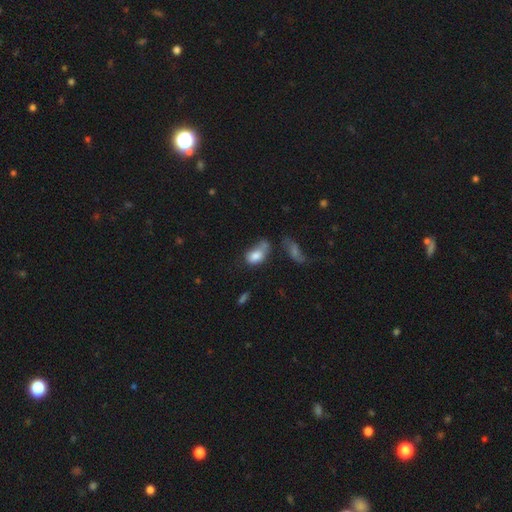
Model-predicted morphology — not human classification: smooth 78%, featured or disk 13%, star or artifact 9%. Down the decision tree: how rounded — in between (86%); merging — merger (33%).